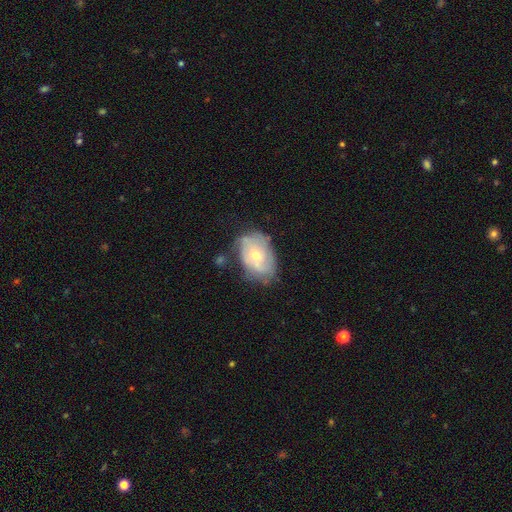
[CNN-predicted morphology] This is possibly a featured or disk galaxy (55%). It is clearly not viewed edge-on (95%). Bar: likely no (76%). Spiral arm pattern: possibly yes (57%). Central bulge: possibly moderate (52%). Merging: possibly none (54%).